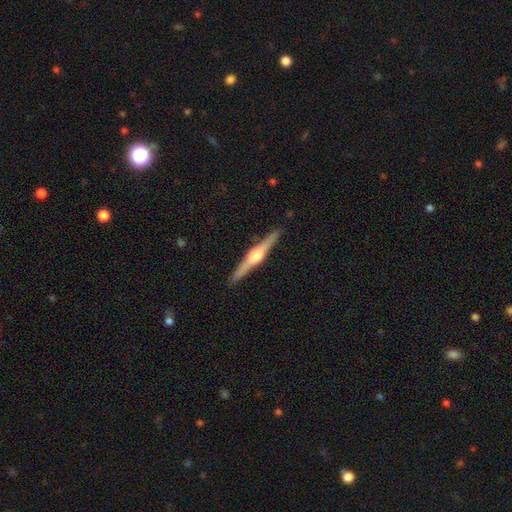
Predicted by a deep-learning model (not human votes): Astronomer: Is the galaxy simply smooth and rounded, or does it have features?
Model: featured or disk — 78%.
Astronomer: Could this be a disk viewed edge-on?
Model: yes — 98%.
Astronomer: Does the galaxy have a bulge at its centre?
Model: rounded — 92%.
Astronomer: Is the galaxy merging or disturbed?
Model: none — 91%.